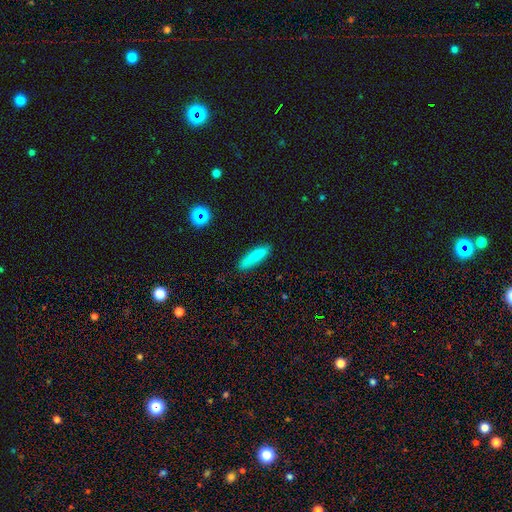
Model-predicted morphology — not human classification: smooth 82%, featured or disk 10%, star or artifact 8%. Down the decision tree: how rounded — cigar-shaped (66%); merging — none (81%).